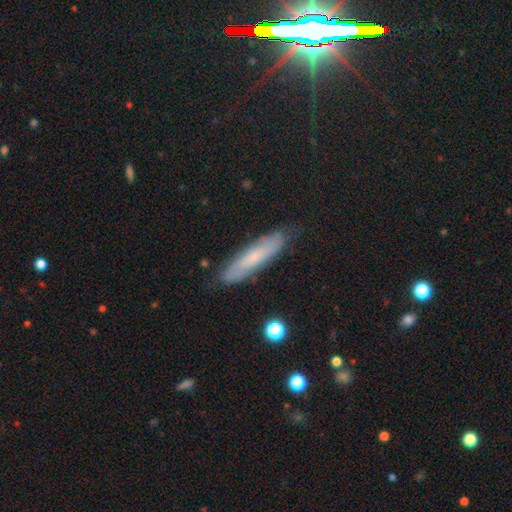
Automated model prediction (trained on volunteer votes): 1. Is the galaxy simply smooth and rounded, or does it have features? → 52% smooth, 40% featured or disk, 8% star or artifact.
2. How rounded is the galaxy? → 79% cigar-shaped, 19% in between, 2% round.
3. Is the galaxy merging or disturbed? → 81% none, 14% minor disturbance, 3% major disturbance, 1% merger.